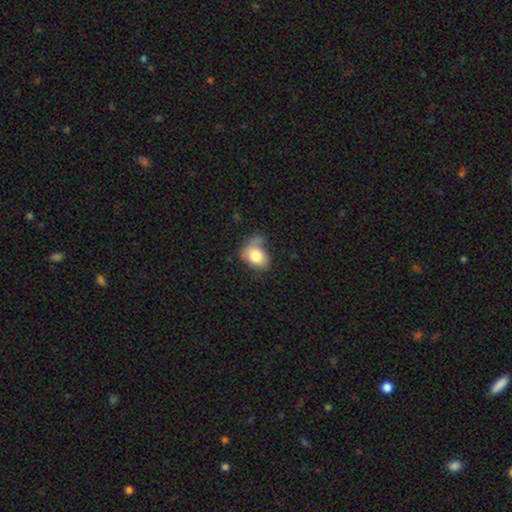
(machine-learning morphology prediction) Smooth or featured? smooth (78%)
How rounded? in between (68%)
Merging? minor disturbance (34%, tied with none)